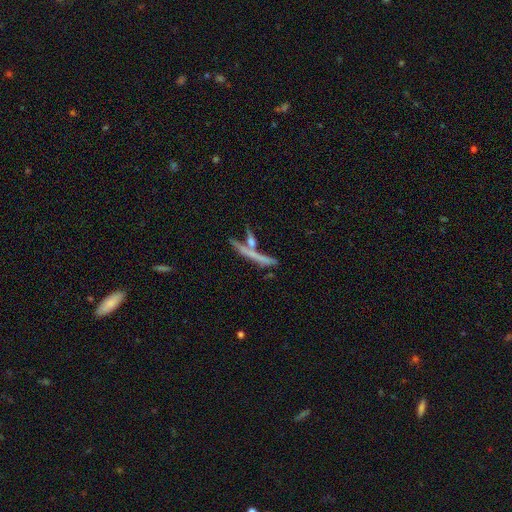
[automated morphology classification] A featured or disk galaxy (51%) viewed edge-on (89%).

Vote fractions:
- Smooth or featured? featured or disk: 51% / smooth: 39% / star or artifact: 11%
- Edge-on disk? yes: 89% / no: 11%
- Merging? none: 56% / merger: 27% / minor disturbance: 11% / major disturbance: 6%